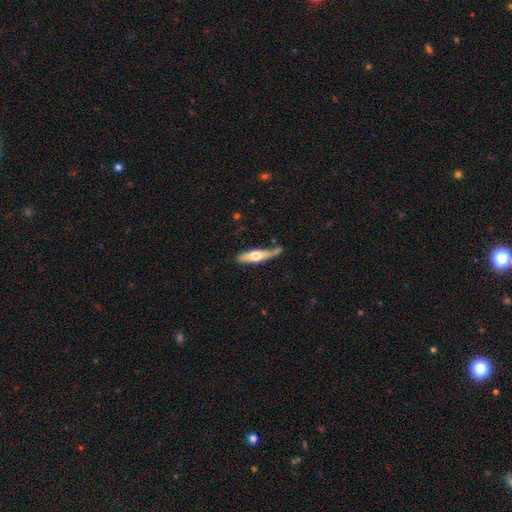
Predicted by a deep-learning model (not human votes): Smooth or featured? smooth (49%)
Merging? none (60%)